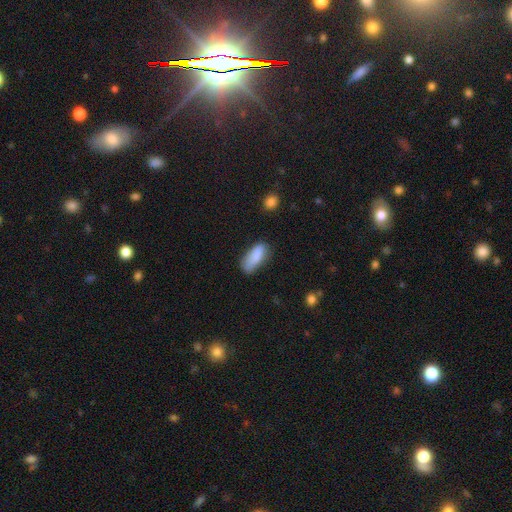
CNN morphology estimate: smooth 84%, featured or disk 9%, star or artifact 8%. Down the decision tree: how rounded — in between (79%); merging — none (56%).